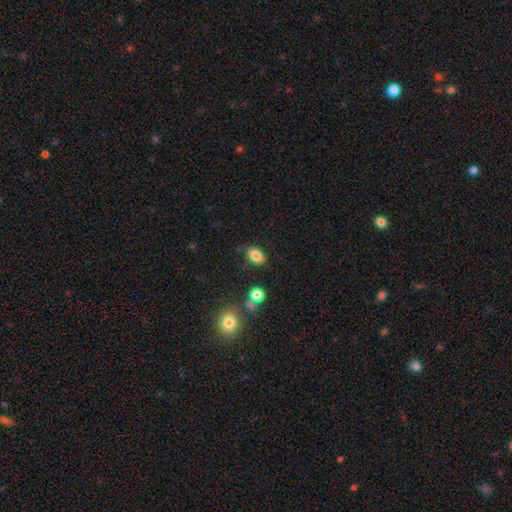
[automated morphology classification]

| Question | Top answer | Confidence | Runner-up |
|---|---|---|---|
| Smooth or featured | smooth | 83% | star or artifact (10%) |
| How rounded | in between | 86% | round (12%) |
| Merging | none | 78% | minor disturbance (14%) |